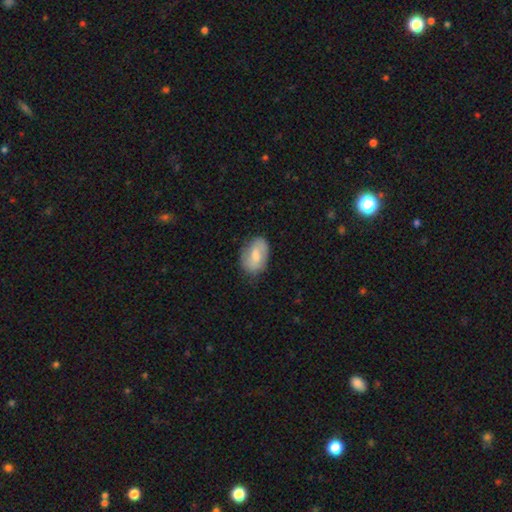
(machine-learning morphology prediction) type=smooth (56%); roundness=in between (85%); merging=none (75%).